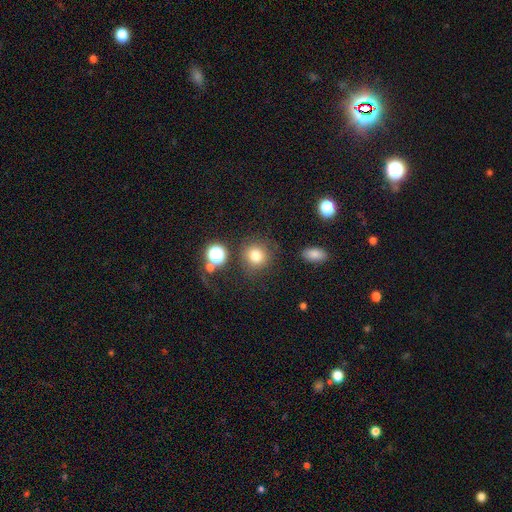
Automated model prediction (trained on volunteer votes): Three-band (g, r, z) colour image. It shows a smooth galaxy with no disk features (77%) that is round (90%). Merging: none (80%).